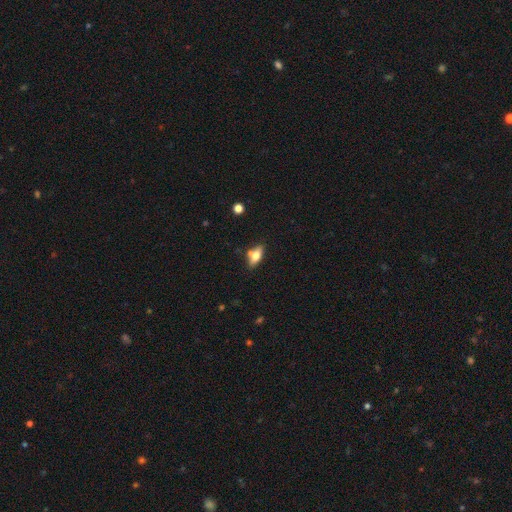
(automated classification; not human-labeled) Smooth or featured?
  - smooth: 67% *
  - featured or disk: 25%
  - star or artifact: 8%
How rounded?
  - in between: 82% *
  - cigar-shaped: 13%
  - round: 5%
Merging?
  - none: 67% *
  - minor disturbance: 18%
  - merger: 11%
  - major disturbance: 4%